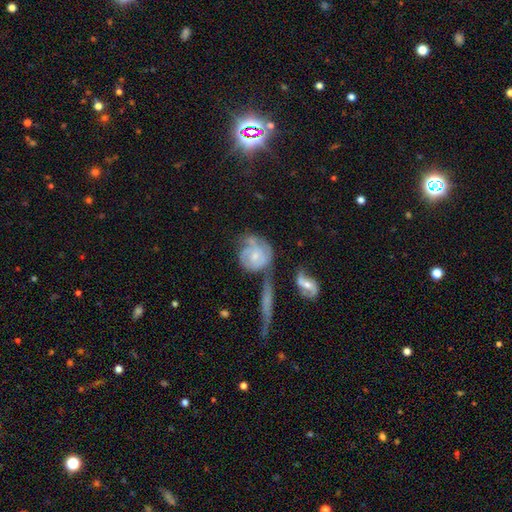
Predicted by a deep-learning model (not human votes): A featured or disk galaxy (68%) with no bar (71%), 2 (35%) tight (53%) spiral arms (84%) and a small central bulge (55%). Merging: none (39%).